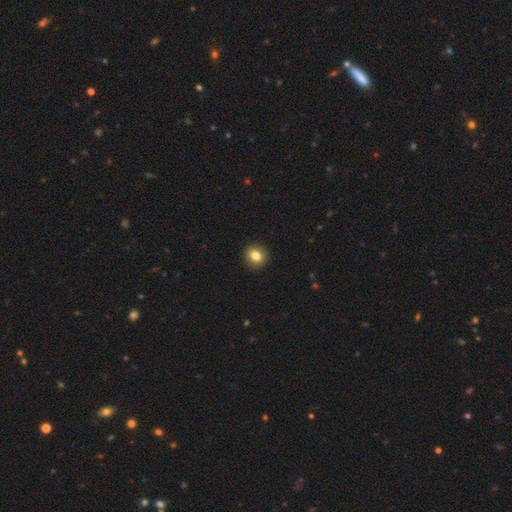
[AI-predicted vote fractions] Smooth or featured? Predicted: smooth (p=0.83). How rounded? Predicted: round (p=0.85). Merging? Predicted: none (p=0.92).